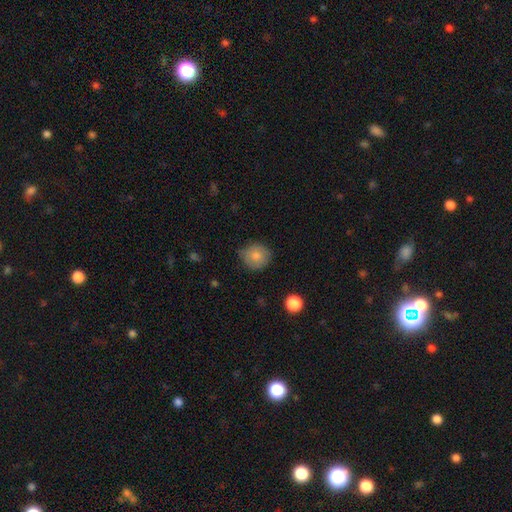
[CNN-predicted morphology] This is clearly a smooth galaxy (83%). How rounded: clearly round (85%). Merging: likely none (68%).